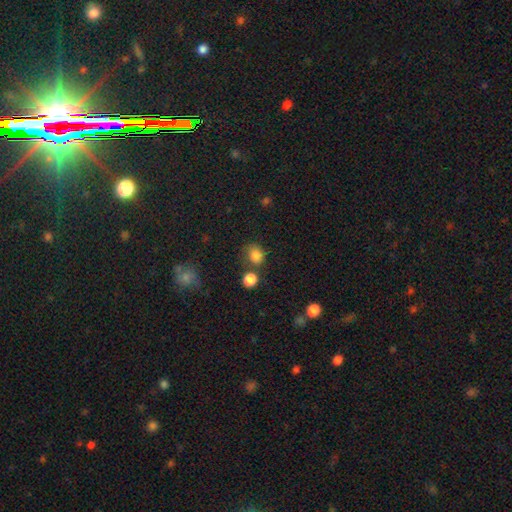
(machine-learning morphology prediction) smooth-or-featured: smooth: 83% | star or artifact: 12% | featured or disk: 5%
  how-rounded: round: 64% | in between: 35% | cigar-shaped: 1%
  merging: none: 62% | minor disturbance: 17% | merger: 15% | major disturbance: 7%